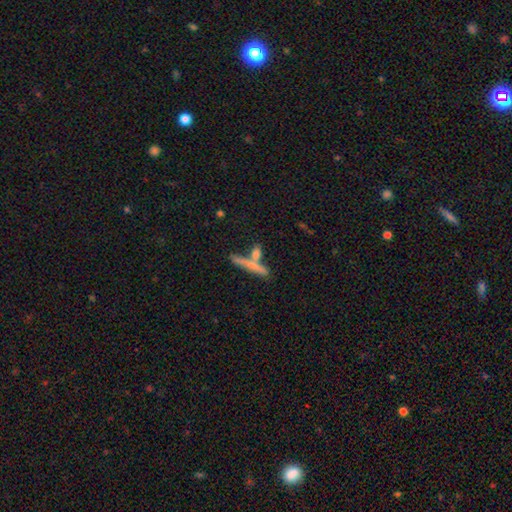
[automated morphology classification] This is possibly a smooth galaxy (51%). How rounded: clearly cigar-shaped (85%). Merging: likely none (64%).